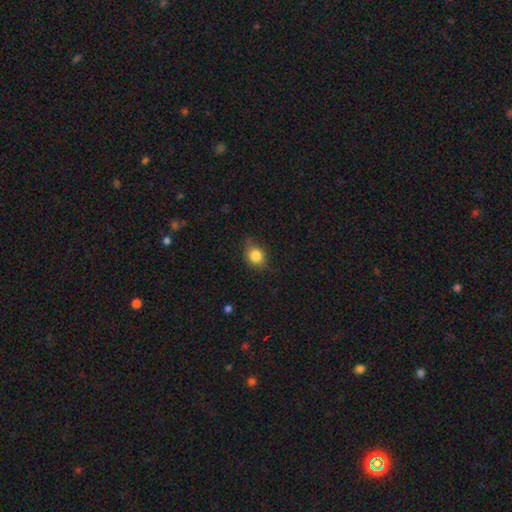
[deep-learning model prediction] The model was most divided on "how rounded": round: 64%, in between: 35%, cigar-shaped: 1%. More confident: smooth or featured — smooth (82%); merging — none (65%).